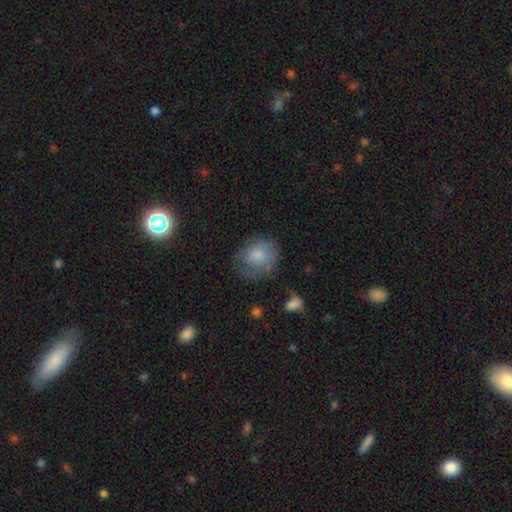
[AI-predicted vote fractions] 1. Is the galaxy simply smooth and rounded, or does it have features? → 65% smooth, 24% featured or disk, 11% star or artifact.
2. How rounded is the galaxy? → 69% round, 30% in between, 1% cigar-shaped.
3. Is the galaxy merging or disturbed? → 64% none, 23% minor disturbance, 11% major disturbance, 2% merger.